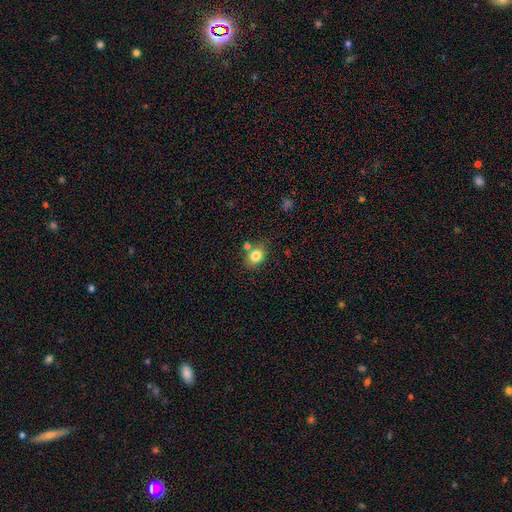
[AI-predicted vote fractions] A smooth galaxy with no disk features (81%) that is in between round and cigar-shaped (56%). Merging: none (65%).